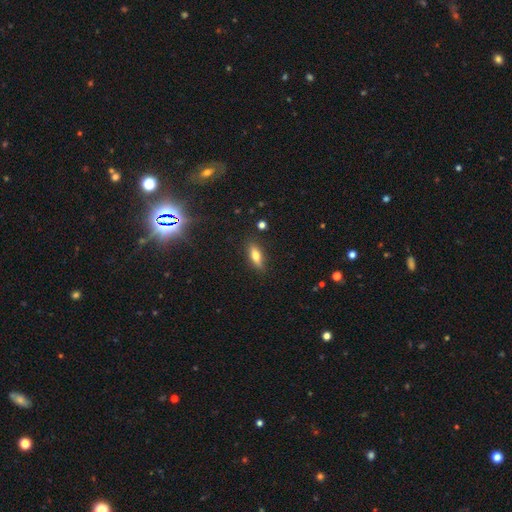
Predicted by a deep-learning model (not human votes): This is likely a smooth galaxy (65%). How rounded: likely in between (60%). Merging: clearly none (86%).